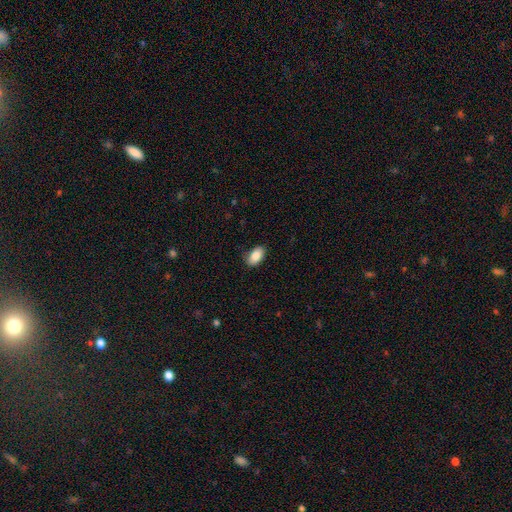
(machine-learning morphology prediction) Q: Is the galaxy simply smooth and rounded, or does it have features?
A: smooth — 87%.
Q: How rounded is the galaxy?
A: in between — 93%.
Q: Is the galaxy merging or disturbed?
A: none — 83%.